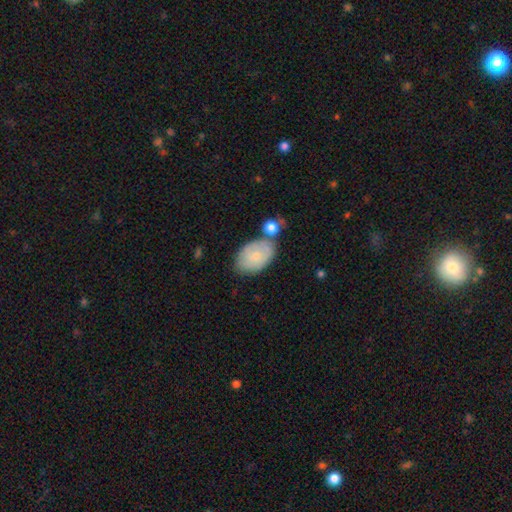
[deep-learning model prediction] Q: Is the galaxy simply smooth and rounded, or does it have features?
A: smooth — 62%.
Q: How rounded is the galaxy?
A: in between — 87%.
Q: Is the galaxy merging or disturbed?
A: none — 57%.